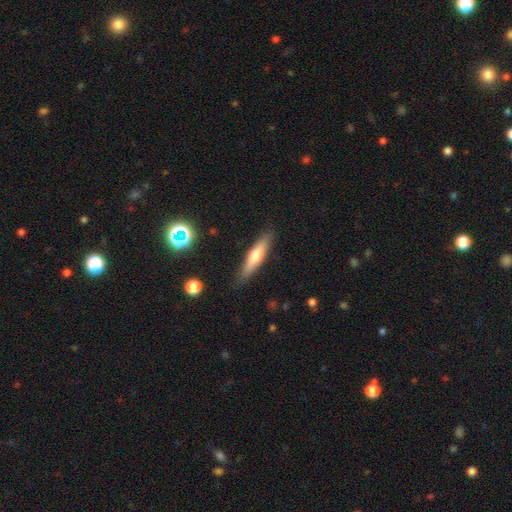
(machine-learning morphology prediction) Q: Smooth or featured?
A: smooth (53%); runner-up: featured or disk (40%)
Q: How rounded?
A: cigar-shaped (79%); runner-up: in between (19%)
Q: Merging?
A: none (87%); runner-up: minor disturbance (9%)